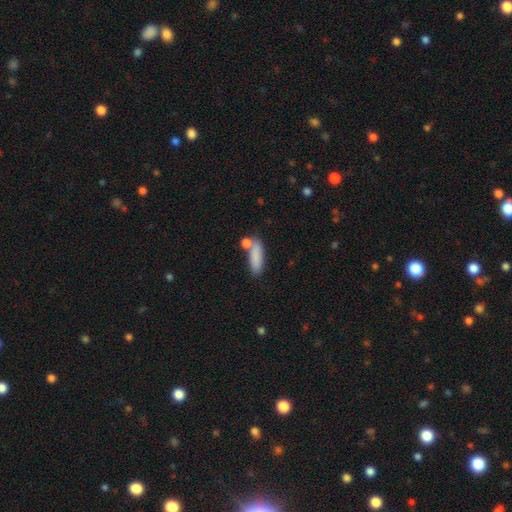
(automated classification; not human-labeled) smooth-or-featured: smooth: 84% | featured or disk: 9% | star or artifact: 7%
  how-rounded: in between: 54% | cigar-shaped: 43% | round: 3%
  merging: none: 57% | merger: 22% | minor disturbance: 16% | major disturbance: 6%